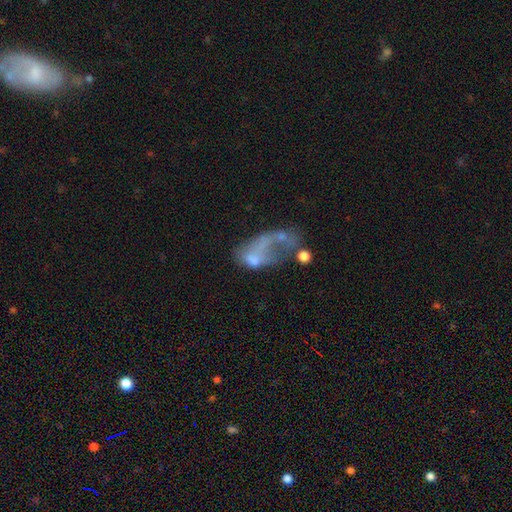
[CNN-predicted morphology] Q: Smooth or featured?
A: featured or disk (45%); runner-up: smooth (41%)
Q: Merging?
A: major disturbance (44%); runner-up: merger (31%)